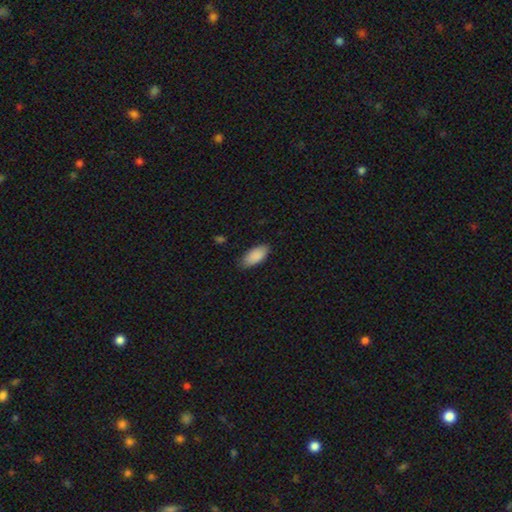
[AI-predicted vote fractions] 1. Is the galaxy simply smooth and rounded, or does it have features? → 90% smooth, 6% star or artifact, 4% featured or disk.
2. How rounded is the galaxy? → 91% in between, 7% cigar-shaped, 2% round.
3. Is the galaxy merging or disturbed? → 82% none, 14% minor disturbance, 2% major disturbance, 1% merger.